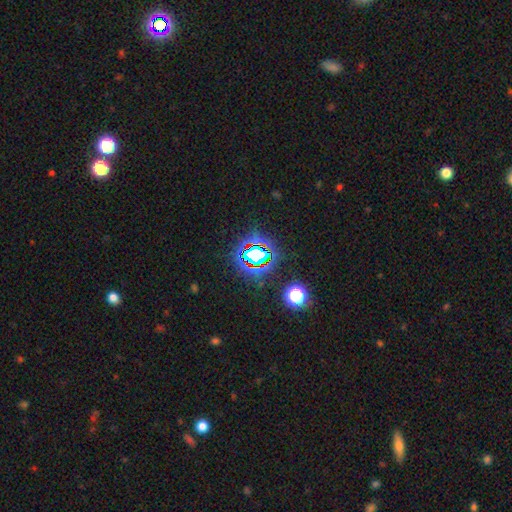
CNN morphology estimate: smooth_or_featured: star or artifact (p=0.72) [alt: smooth p=0.17]